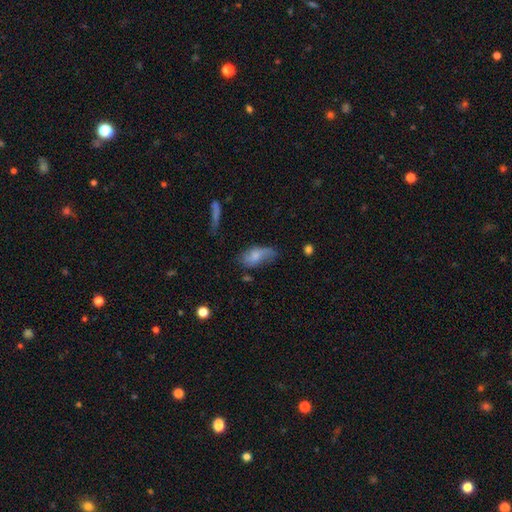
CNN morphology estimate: Smooth or featured: smooth — 62% (featured or disk — 30%)
How rounded: in between — 88% (cigar-shaped — 8%)
Merging: none — 43% (minor disturbance — 35%)